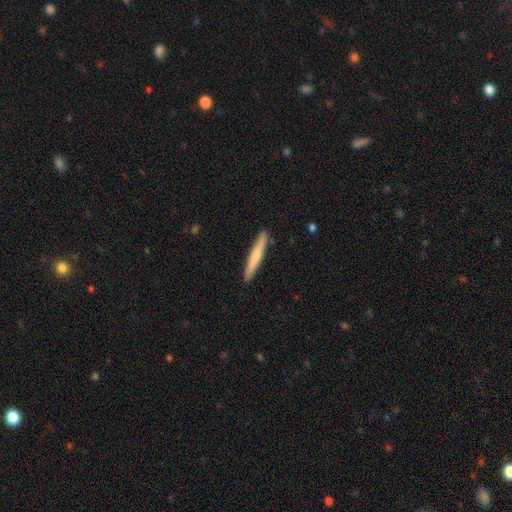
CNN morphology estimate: Smooth or featured? Predicted: smooth (p=0.62). How rounded? Predicted: cigar-shaped (p=0.95). Merging? Predicted: none (p=0.91).